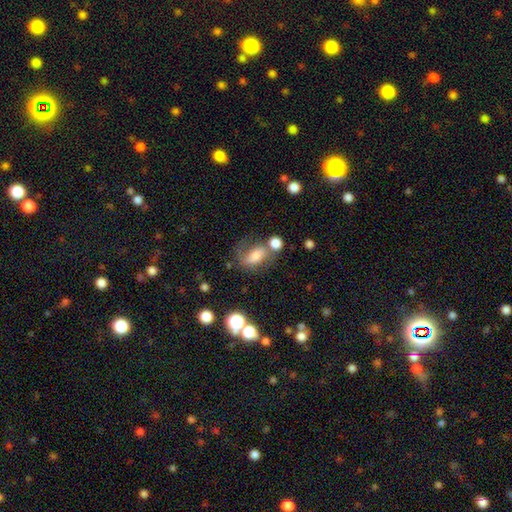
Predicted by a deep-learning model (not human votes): Smooth or featured? Predicted: smooth (p=0.53). How rounded? Predicted: in between (p=0.74). Merging? Predicted: none (p=0.38).